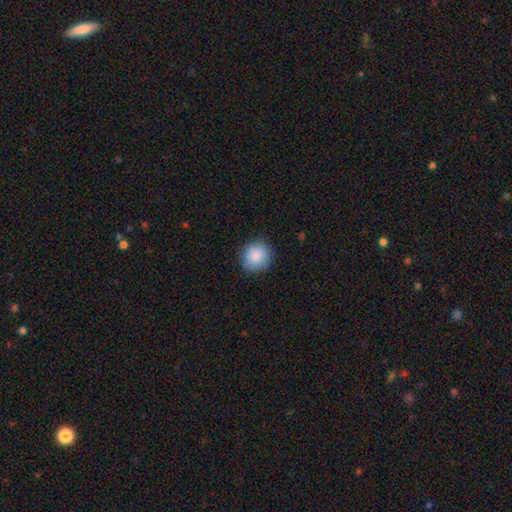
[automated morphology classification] The model was most divided on "merging": none: 86%, minor disturbance: 10%, major disturbance: 2%, merger: 1%. More confident: how rounded — round (88%); smooth or featured — smooth (87%).